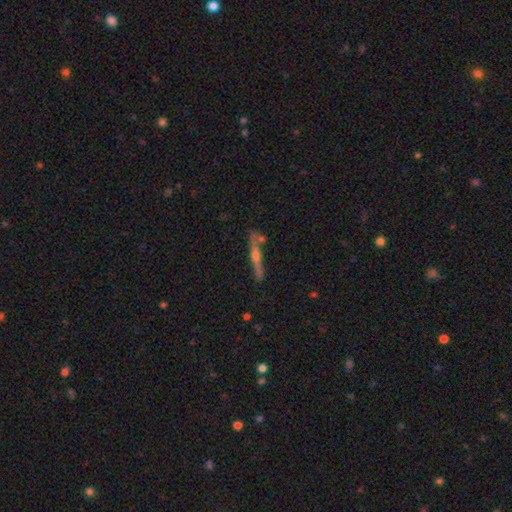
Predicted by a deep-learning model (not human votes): This appears to be a featured or disk galaxy (65%) viewed edge-on (95%) with a rounded central bulge (78%). Merging: none (73%).